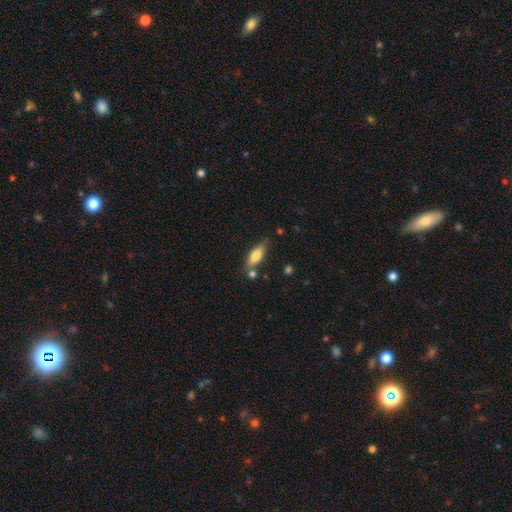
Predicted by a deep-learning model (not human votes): Smooth or featured: smooth — 76% (featured or disk — 17%)
How rounded: in between — 69% (cigar-shaped — 29%)
Merging: none — 65% (minor disturbance — 19%)